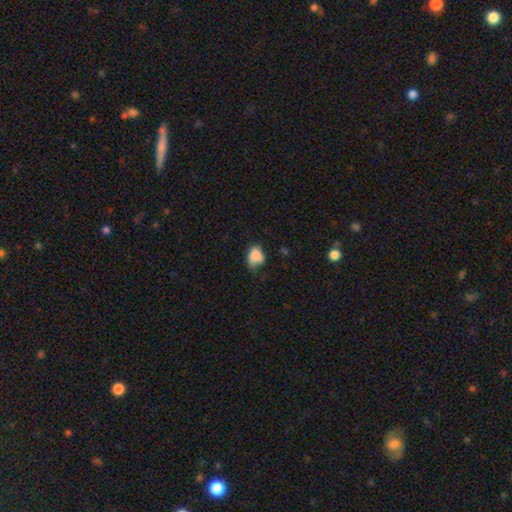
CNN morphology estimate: This appears to be a smooth galaxy with no disk features (82%) that is in between round and cigar-shaped (68%). Merging: minor disturbance (40%).